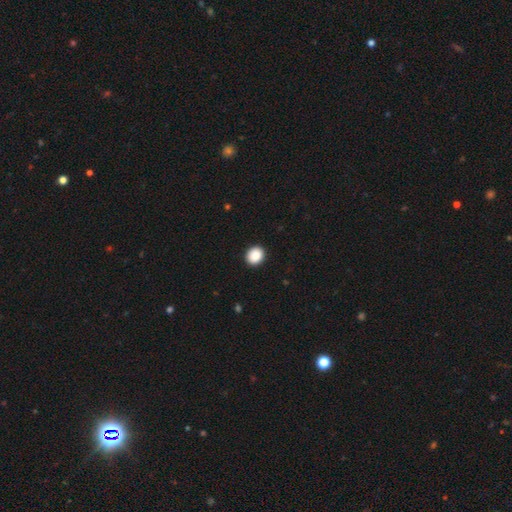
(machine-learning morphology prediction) The model was most divided on "how rounded": round: 72%, in between: 27%, cigar-shaped: 1%. More confident: merging — none (92%); smooth or featured — smooth (89%).